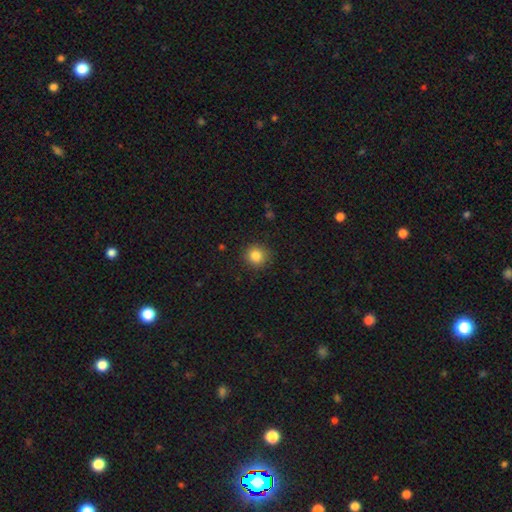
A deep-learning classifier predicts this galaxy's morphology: smooth-or-featured: smooth: 85% | star or artifact: 10% | featured or disk: 5%
  how-rounded: round: 91% | in between: 8% | cigar-shaped: 1%
  merging: none: 89% | minor disturbance: 8% | major disturbance: 2% | merger: 1%